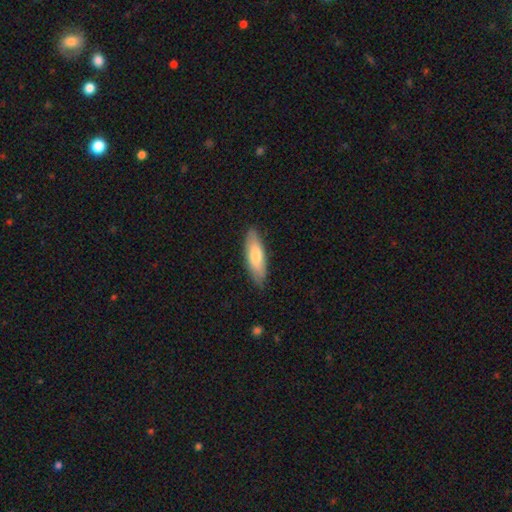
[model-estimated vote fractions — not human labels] Morphology: type=smooth (71%); roundness=in between (50%); merging=none (83%).